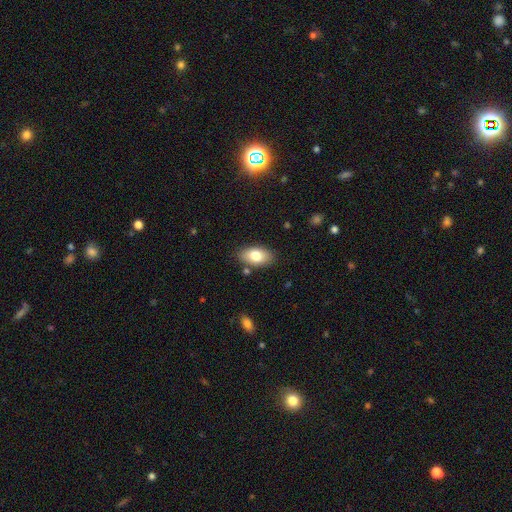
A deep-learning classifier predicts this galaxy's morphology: smooth 78%, featured or disk 15%, star or artifact 7%. Down the decision tree: how rounded — in between (93%); merging — none (82%).